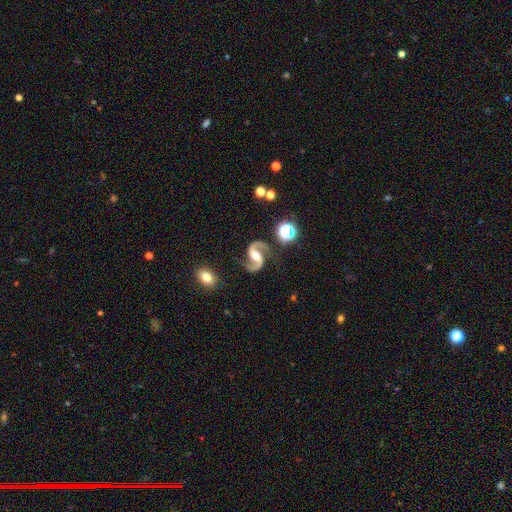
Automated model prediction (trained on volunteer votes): This appears to be a featured or disk galaxy (93%) with no bar (36%), 2 (95%) medium (48%) spiral arms (98%) and a moderate central bulge (66%). Merging: none (81%).